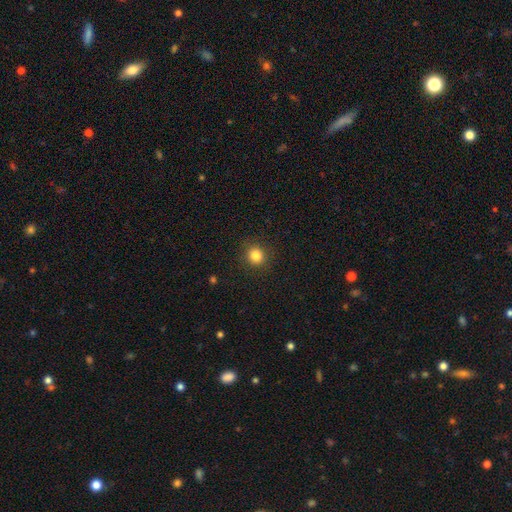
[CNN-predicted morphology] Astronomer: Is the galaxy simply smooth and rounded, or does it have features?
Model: smooth — 84%.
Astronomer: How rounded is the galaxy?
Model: round — 90%.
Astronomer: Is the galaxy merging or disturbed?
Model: none — 90%.